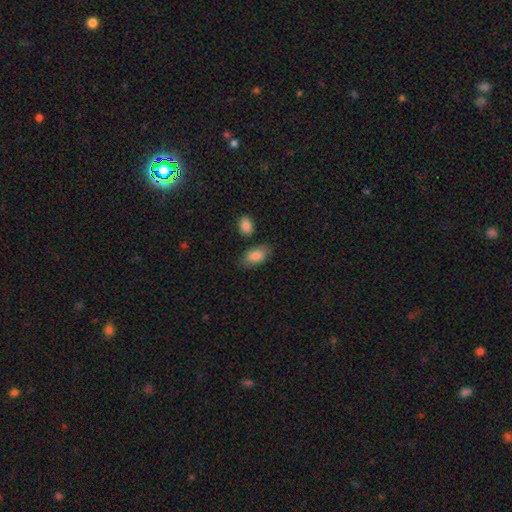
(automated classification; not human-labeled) Smooth or featured: smooth — 85% (featured or disk — 9%)
How rounded: in between — 94% (round — 4%)
Merging: none — 77% (minor disturbance — 14%)